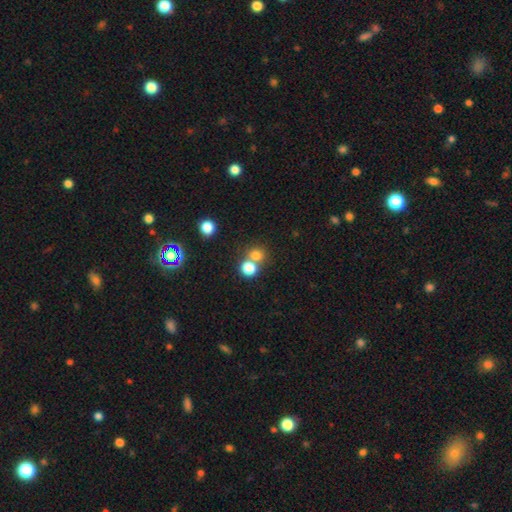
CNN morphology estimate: Overall: smooth (75%). How rounded: round (83%). Merging: none (53%; merger 38%).